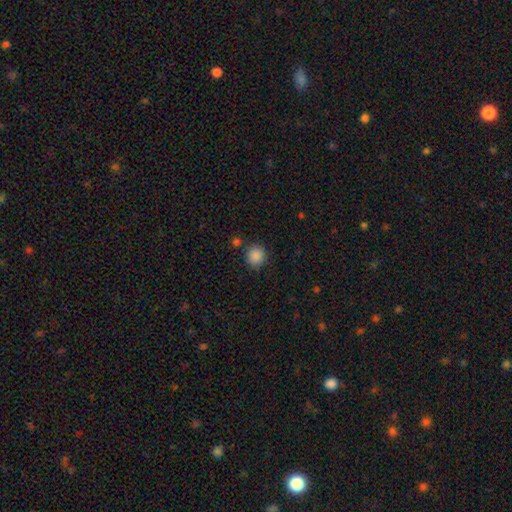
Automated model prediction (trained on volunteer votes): smooth_or_featured: smooth (p=0.88) [alt: star or artifact p=0.09]
how_rounded: round (p=0.90) [alt: in between p=0.09]
merging: none (p=0.83) [alt: minor disturbance p=0.09]